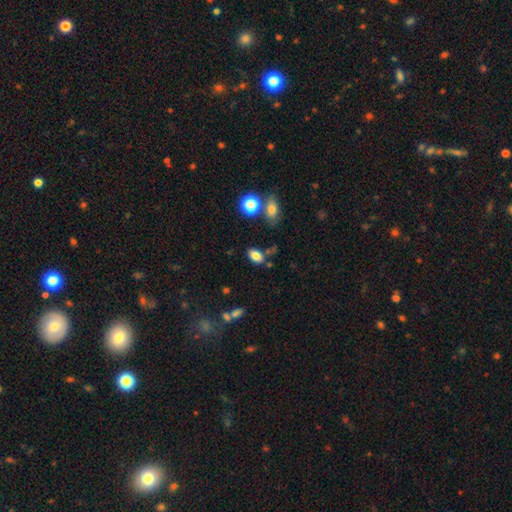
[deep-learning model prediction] This is clearly a smooth galaxy (82%). How rounded: clearly in between (89%). Merging: likely none (74%).